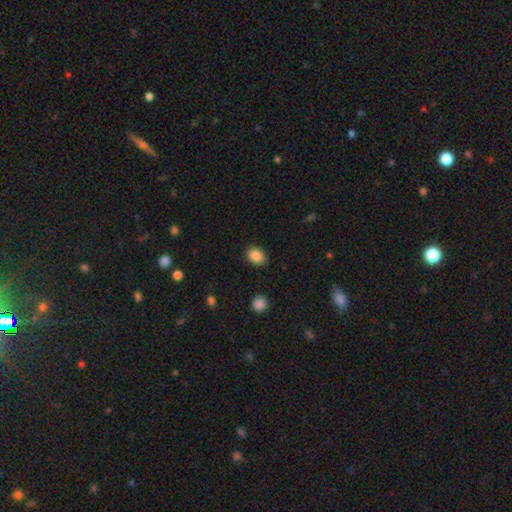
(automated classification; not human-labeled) Smooth or featured? Predicted: smooth (p=0.87). How rounded? Predicted: in between (p=0.73). Merging? Predicted: none (p=0.85).